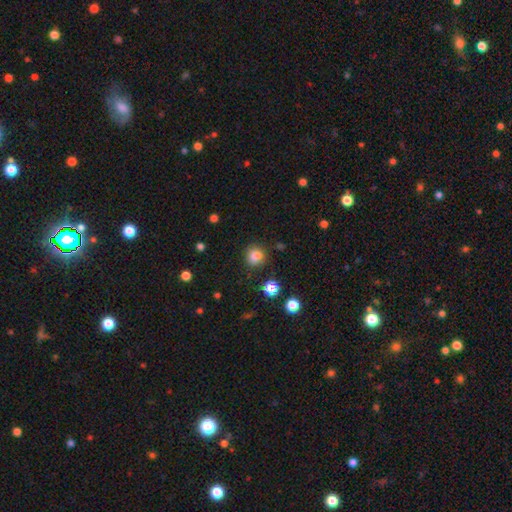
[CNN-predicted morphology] smooth 84%, star or artifact 12%, featured or disk 4%. Down the decision tree: how rounded — round (81%); merging — none (81%).